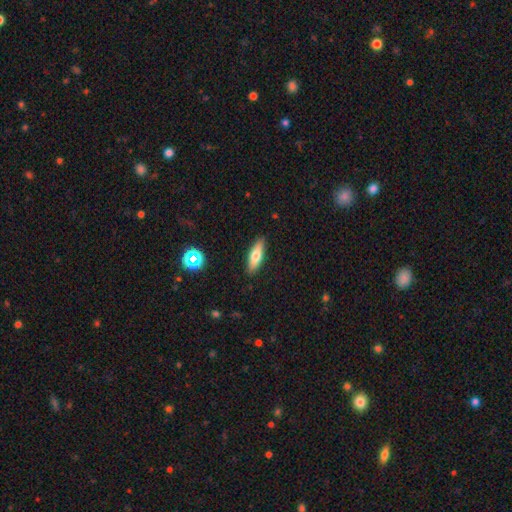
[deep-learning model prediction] smooth 65%, featured or disk 28%, star or artifact 7%. Down the decision tree: how rounded — in between (50%); merging — none (89%).